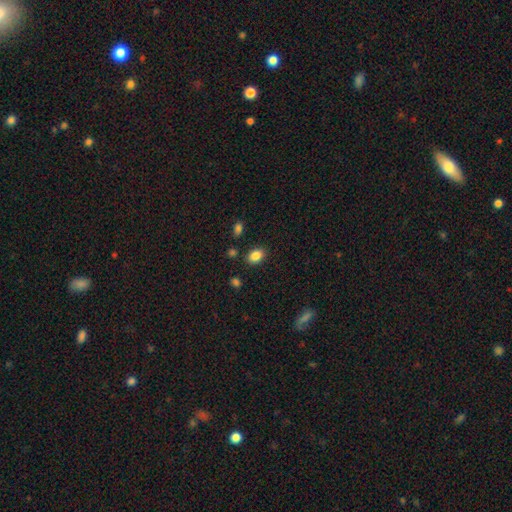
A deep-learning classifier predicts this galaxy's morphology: Smooth or featured?
  - smooth: 86% *
  - star or artifact: 9%
  - featured or disk: 5%
How rounded?
  - in between: 82% *
  - round: 17%
  - cigar-shaped: 1%
Merging?
  - none: 84% *
  - minor disturbance: 10%
  - merger: 3%
  - major disturbance: 3%